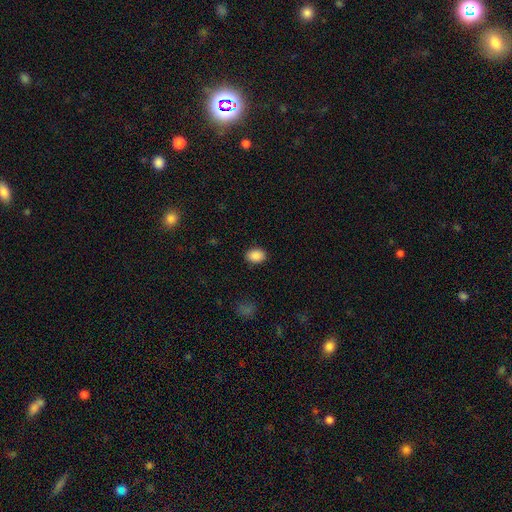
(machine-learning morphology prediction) Smooth or featured? smooth (89%)
How rounded? in between (73%)
Merging? none (88%)